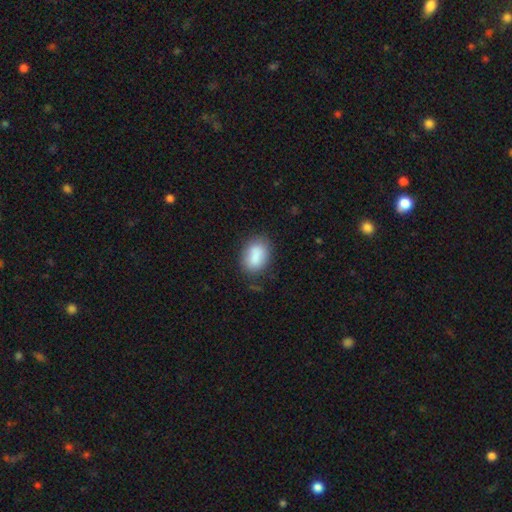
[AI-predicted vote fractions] Overall: smooth (86%). How rounded: in between (81%). Merging: none (75%).